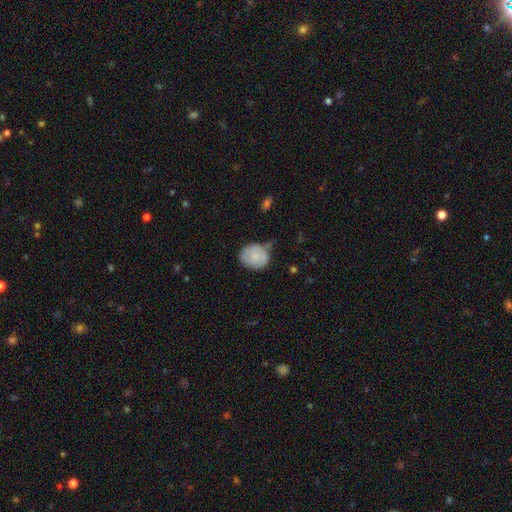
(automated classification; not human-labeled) This is likely a smooth galaxy (69%). How rounded: likely round (68%). Merging: possibly none (56%).